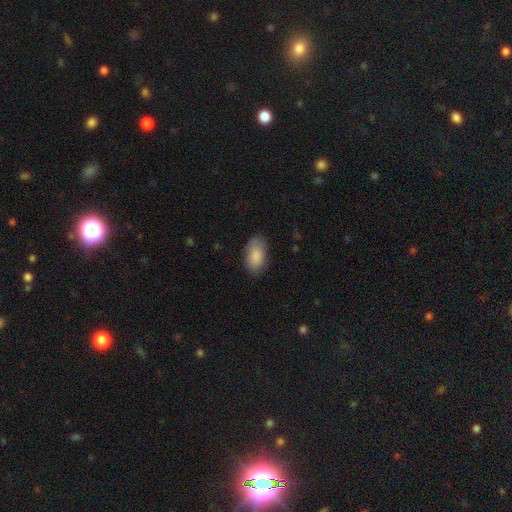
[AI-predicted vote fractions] Smooth or featured? smooth (87%)
How rounded? in between (93%)
Merging? none (77%)